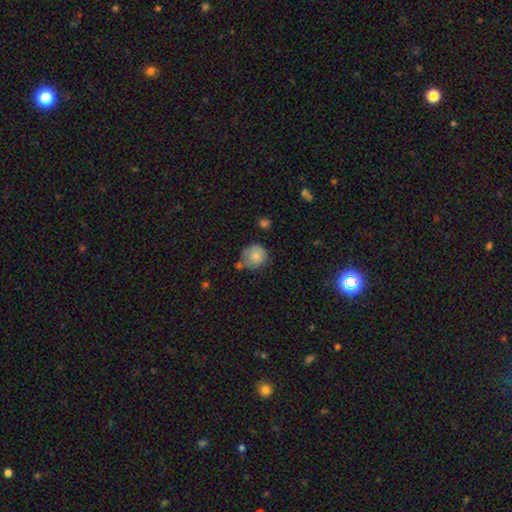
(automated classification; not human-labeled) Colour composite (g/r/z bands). It shows a smooth galaxy with no disk features (76%) that is round (82%). Merging: none (47%).